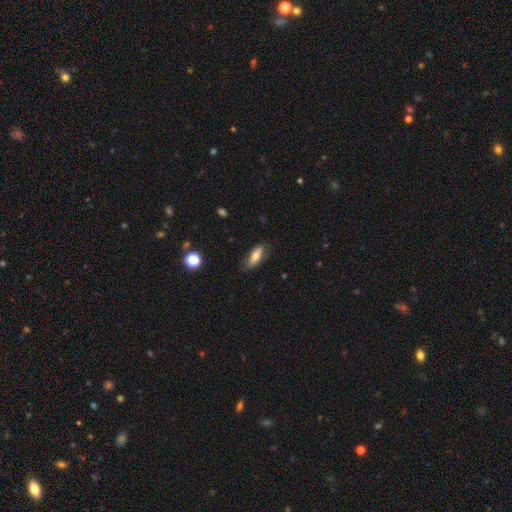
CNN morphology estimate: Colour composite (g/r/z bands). It shows a smooth galaxy with no disk features (62%) that is in between round and cigar-shaped (63%). Merging: none (75%).